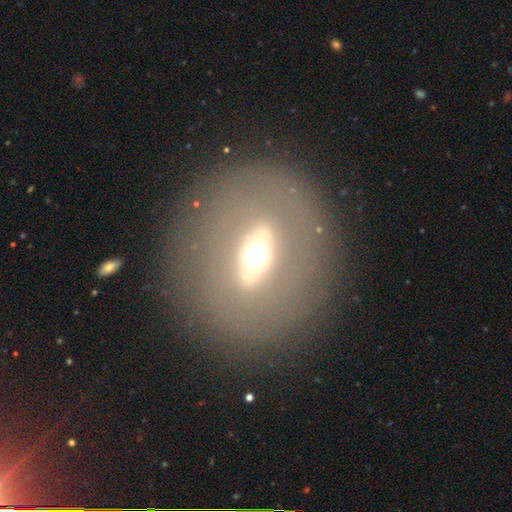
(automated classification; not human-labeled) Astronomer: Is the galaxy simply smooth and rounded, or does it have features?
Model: featured or disk — 55% (runner-up: smooth, 33%).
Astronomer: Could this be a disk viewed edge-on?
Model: no — 73%.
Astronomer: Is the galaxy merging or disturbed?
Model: none — 82%.